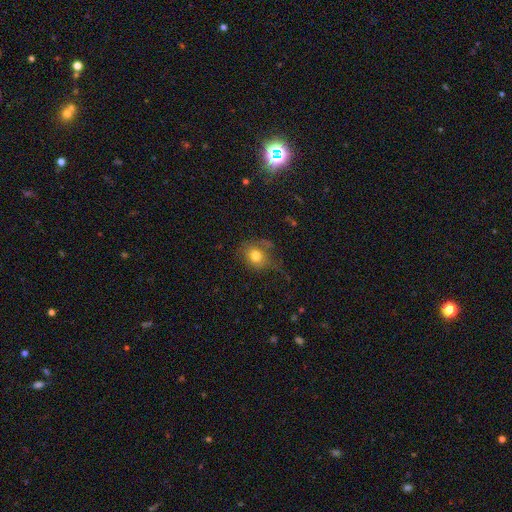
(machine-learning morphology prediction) smooth-or-featured: smooth: 77% | featured or disk: 12% | star or artifact: 11%
  how-rounded: round: 60% | in between: 39% | cigar-shaped: 1%
  merging: none: 56% | minor disturbance: 25% | major disturbance: 16% | merger: 3%